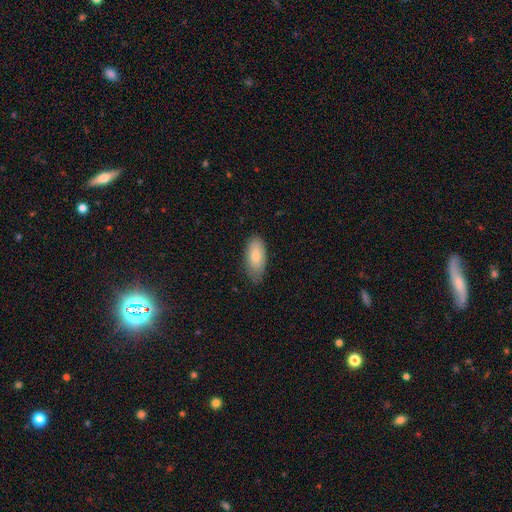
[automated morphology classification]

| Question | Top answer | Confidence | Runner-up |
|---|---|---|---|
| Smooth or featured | smooth | 81% | featured or disk (13%) |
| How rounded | in between | 90% | cigar-shaped (8%) |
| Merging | none | 71% | minor disturbance (24%) |